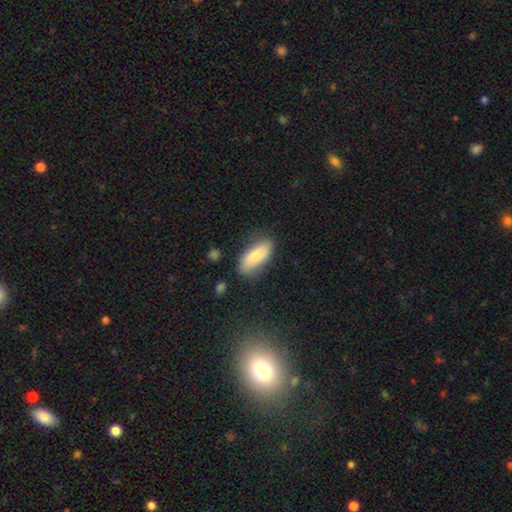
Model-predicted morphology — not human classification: Smooth or featured?
  - smooth: 80% *
  - featured or disk: 14%
  - star or artifact: 6%
How rounded?
  - in between: 83% *
  - cigar-shaped: 15%
  - round: 2%
Merging?
  - none: 74% *
  - minor disturbance: 19%
  - major disturbance: 5%
  - merger: 3%